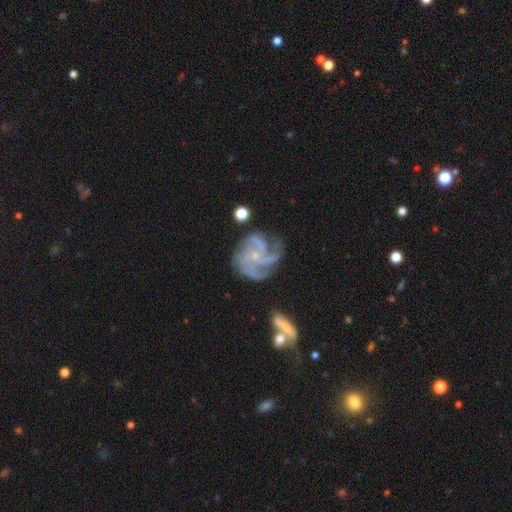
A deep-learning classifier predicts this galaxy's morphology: This is clearly a featured or disk galaxy (86%). It is clearly not viewed edge-on (98%). Bar: likely no (71%). Spiral arm pattern: clearly yes (96%). Spiral arm count: marginally 4 (37%). Spiral winding: possibly medium (47%). Central bulge: likely small (78%). Merging: possibly none (57%).